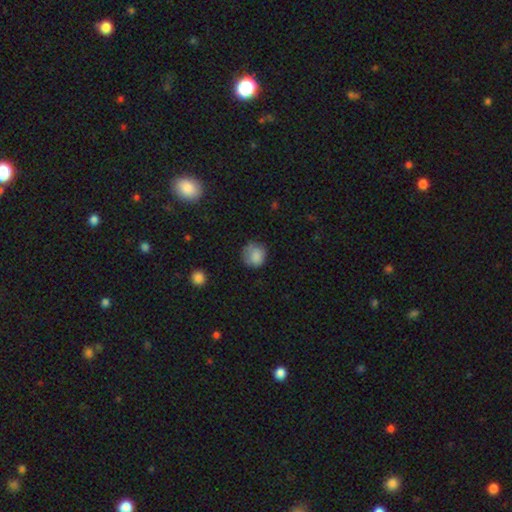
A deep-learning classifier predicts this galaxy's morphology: smooth_or_featured: smooth (p=0.84) [alt: star or artifact p=0.09]
how_rounded: round (p=0.84) [alt: in between p=0.15]
merging: none (p=0.65) [alt: minor disturbance p=0.25]